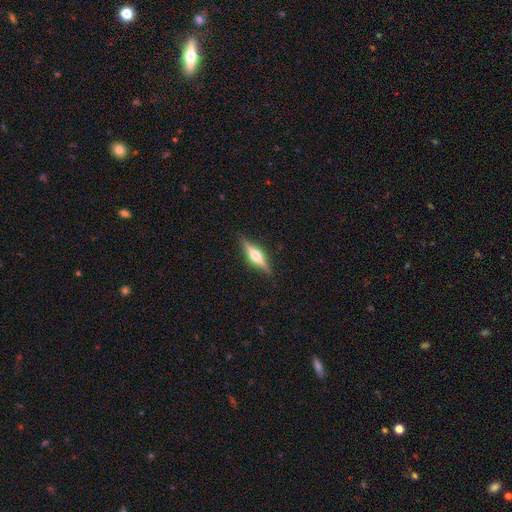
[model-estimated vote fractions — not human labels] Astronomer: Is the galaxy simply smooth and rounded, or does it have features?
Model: featured or disk — 71%.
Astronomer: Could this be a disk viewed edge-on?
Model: yes — 97%.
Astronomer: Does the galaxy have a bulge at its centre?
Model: rounded — 92%.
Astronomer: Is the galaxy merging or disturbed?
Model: none — 88%.